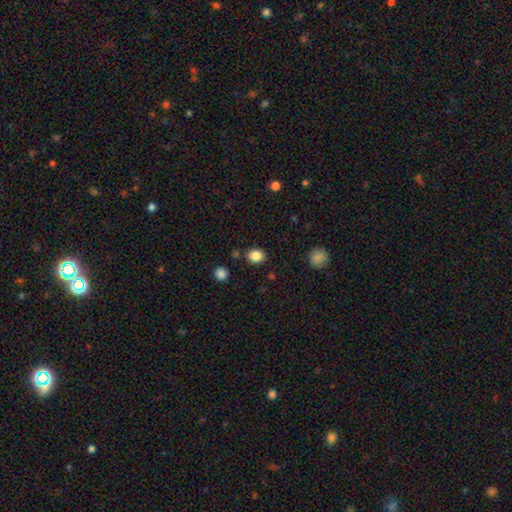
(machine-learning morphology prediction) Smooth or featured: smooth — 85% (star or artifact — 10%)
How rounded: round — 57% (in between — 42%)
Merging: none — 85% (minor disturbance — 9%)